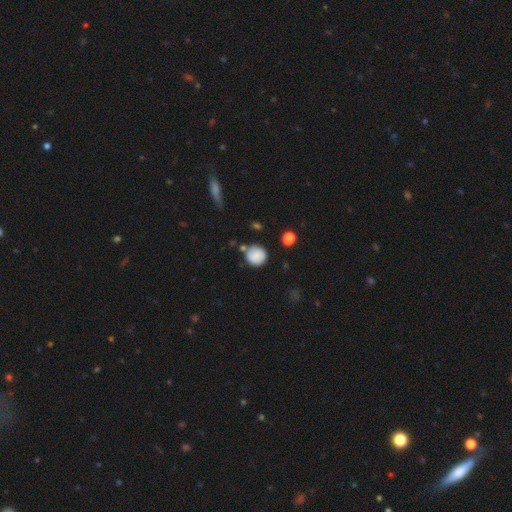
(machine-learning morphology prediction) A smooth galaxy with no disk features (79%) that is round (87%). Merging: none (68%).